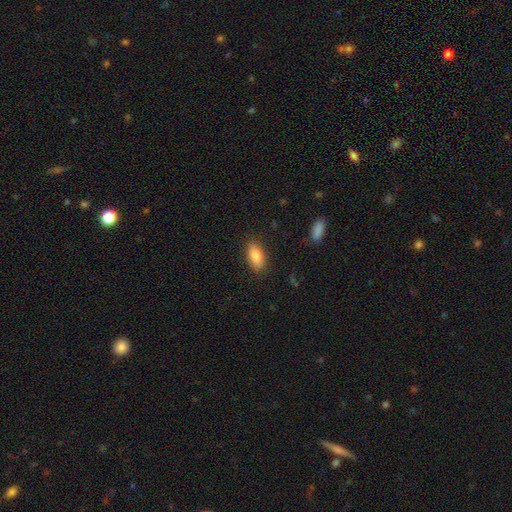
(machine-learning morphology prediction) Q: Smooth or featured?
A: smooth (84%); runner-up: featured or disk (8%)
Q: How rounded?
A: in between (86%); runner-up: cigar-shaped (11%)
Q: Merging?
A: none (84%); runner-up: minor disturbance (12%)